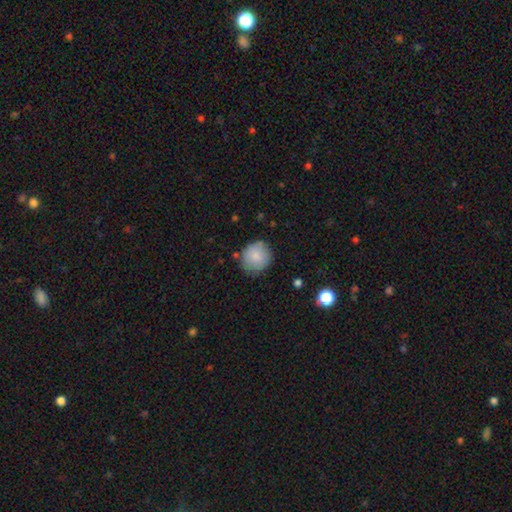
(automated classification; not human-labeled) Morphology: type=smooth (84%); roundness=round (88%); merging=none (78%).